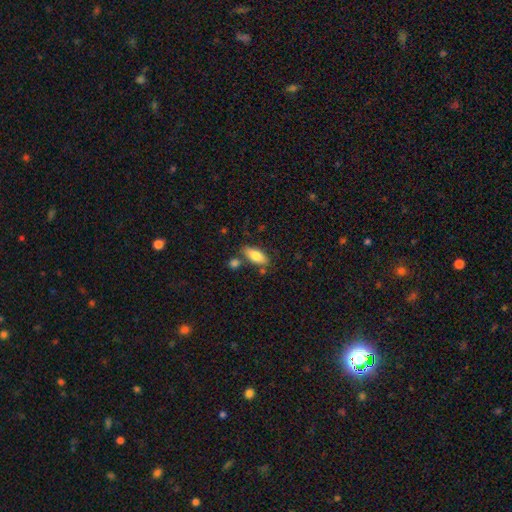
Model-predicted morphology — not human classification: A smooth galaxy with no disk features (78%) that is in between round and cigar-shaped (79%). Merging: none (72%).